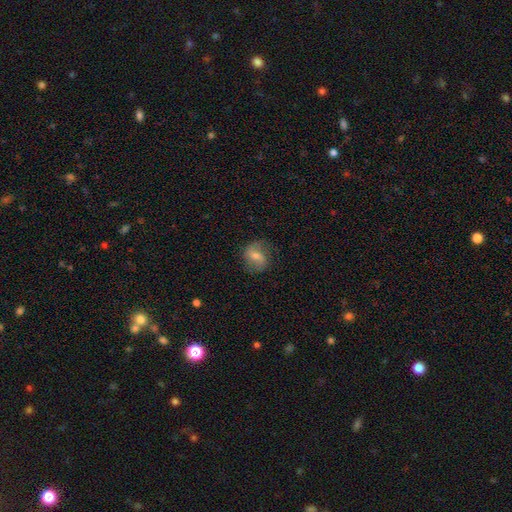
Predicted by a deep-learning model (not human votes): Overall: smooth (48%; featured or disk 44%). Merging: none (70%).